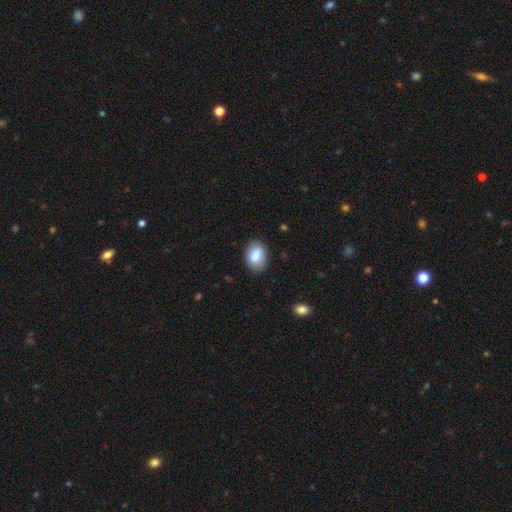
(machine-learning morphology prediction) Smooth or featured? Predicted: smooth (p=0.81). How rounded? Predicted: in between (p=0.84). Merging? Predicted: none (p=0.84).